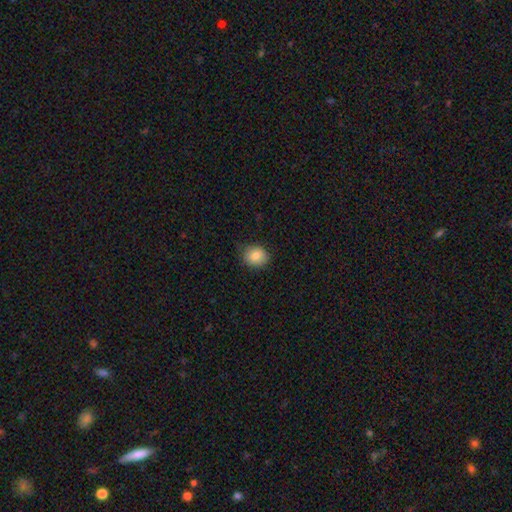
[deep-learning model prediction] Overall: smooth (84%). How rounded: round (65%; in between 35%). Merging: none (83%).